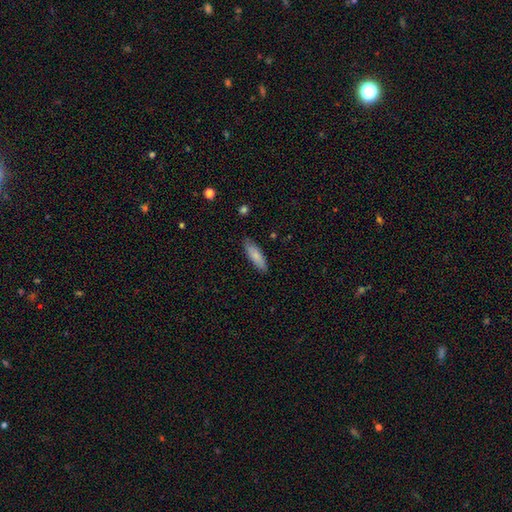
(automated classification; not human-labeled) Smooth or featured?
  - smooth: 83% *
  - featured or disk: 11%
  - star or artifact: 6%
How rounded?
  - cigar-shaped: 51% *
  - in between: 47%
  - round: 2%
Merging?
  - none: 85% *
  - minor disturbance: 12%
  - major disturbance: 2%
  - merger: 1%